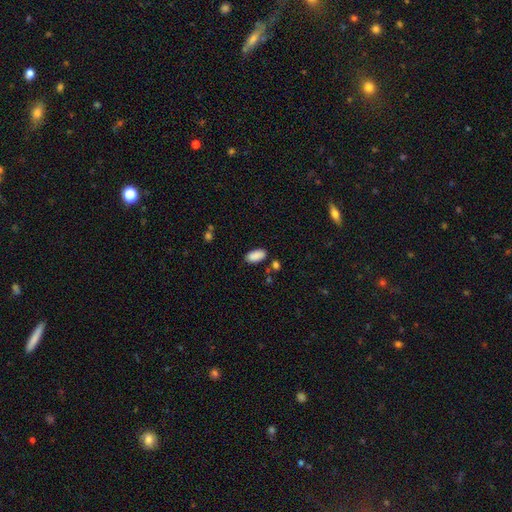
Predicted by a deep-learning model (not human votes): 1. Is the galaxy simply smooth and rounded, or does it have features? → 89% smooth, 7% star or artifact, 4% featured or disk.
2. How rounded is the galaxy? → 93% in between, 5% cigar-shaped, 2% round.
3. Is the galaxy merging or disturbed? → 80% none, 12% minor disturbance, 5% merger, 3% major disturbance.